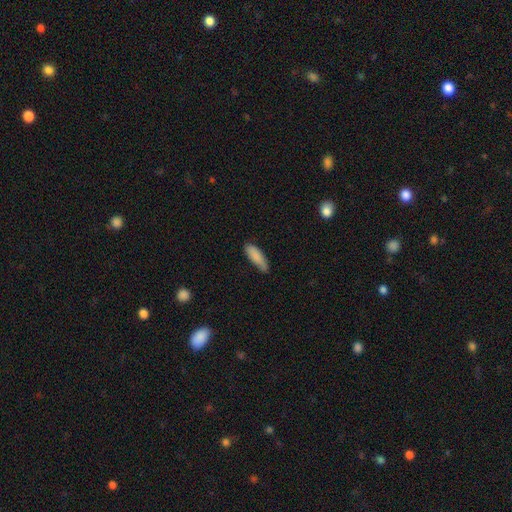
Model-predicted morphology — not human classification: Smooth or featured: smooth — 86% (featured or disk — 8%)
How rounded: in between — 55% (cigar-shaped — 43%)
Merging: none — 63% (minor disturbance — 30%)